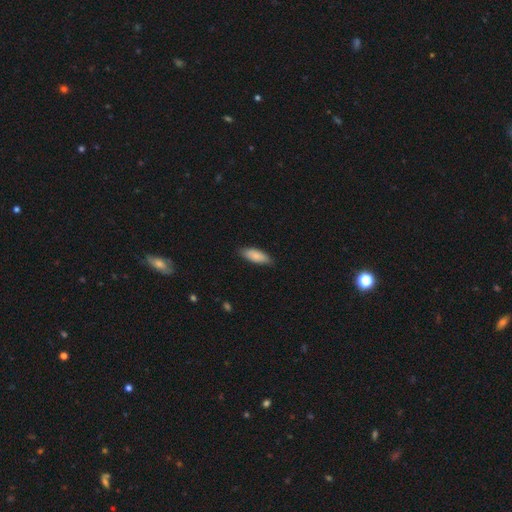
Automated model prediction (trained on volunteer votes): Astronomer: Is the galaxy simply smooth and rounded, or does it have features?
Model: smooth — 85%.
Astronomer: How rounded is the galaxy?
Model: in between — 70%.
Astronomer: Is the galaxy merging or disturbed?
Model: none — 83%.